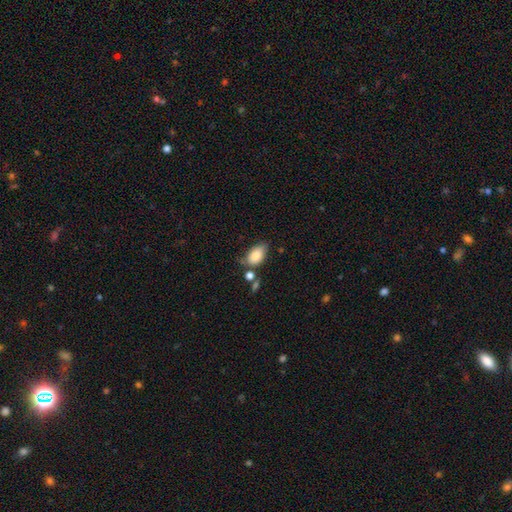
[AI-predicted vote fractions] The model was most divided on "merging": none: 49%, minor disturbance: 29%, merger: 13%, major disturbance: 9%. More confident: how rounded — in between (90%); smooth or featured — smooth (84%).